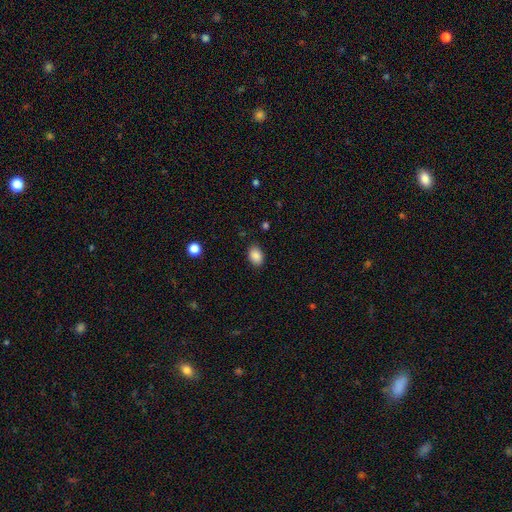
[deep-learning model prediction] The model was most divided on "how rounded": in between: 82%, round: 17%, cigar-shaped: 1%. More confident: smooth or featured — smooth (88%); merging — none (85%).